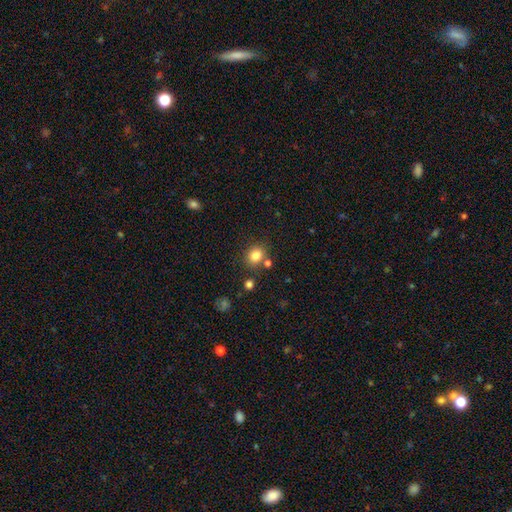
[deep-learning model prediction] This appears to be a smooth galaxy with no disk features (82%) that is round (70%). Merging: none (75%).